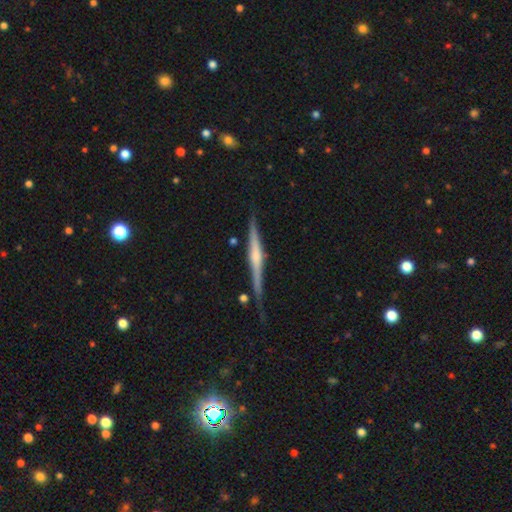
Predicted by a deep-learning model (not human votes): Smooth or featured: featured or disk — 74% (smooth — 20%)
Edge-on disk: yes — 98% (no — 2%)
Edge-on bulge: rounded — 68% (none — 18%)
Merging: none — 77% (minor disturbance — 16%)